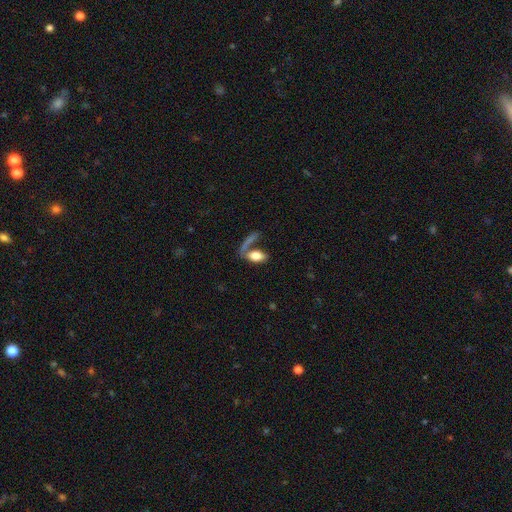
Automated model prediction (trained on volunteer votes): Morphology: type=smooth (74%); roundness=in between (86%); merging=none (44%).